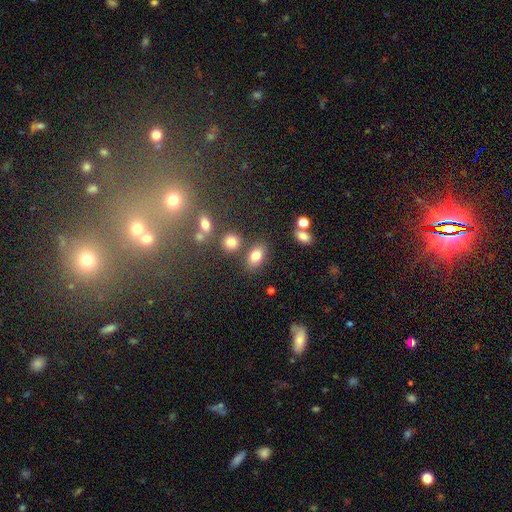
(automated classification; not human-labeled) Smooth or featured?
  - smooth: 79% *
  - star or artifact: 11%
  - featured or disk: 10%
How rounded?
  - in between: 82% *
  - round: 16%
  - cigar-shaped: 2%
Merging?
  - none: 72% *
  - minor disturbance: 12%
  - merger: 12%
  - major disturbance: 4%